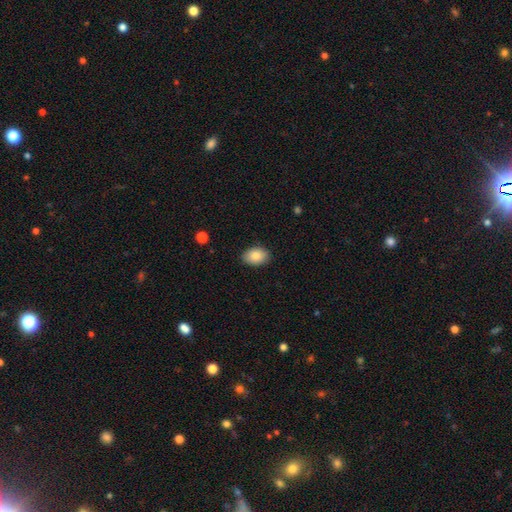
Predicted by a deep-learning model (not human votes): Q: Smooth or featured?
A: smooth (87%); runner-up: star or artifact (7%)
Q: How rounded?
A: in between (86%); runner-up: round (13%)
Q: Merging?
A: none (88%); runner-up: minor disturbance (9%)